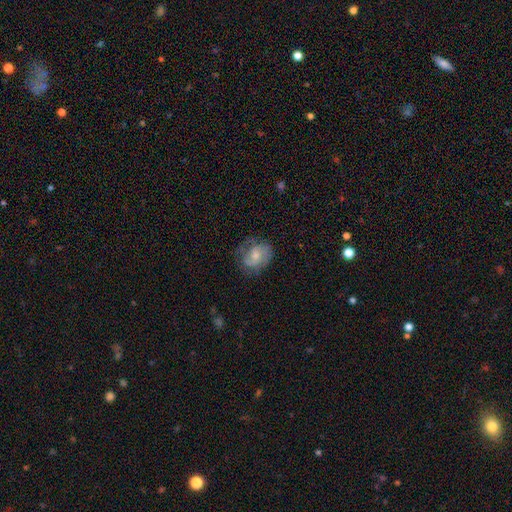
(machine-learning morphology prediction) type=featured or disk (54%); edge-on=no (97%); bar=no (58%); spiral arms=yes (83%); bulge=small (46%); merging=none (60%).